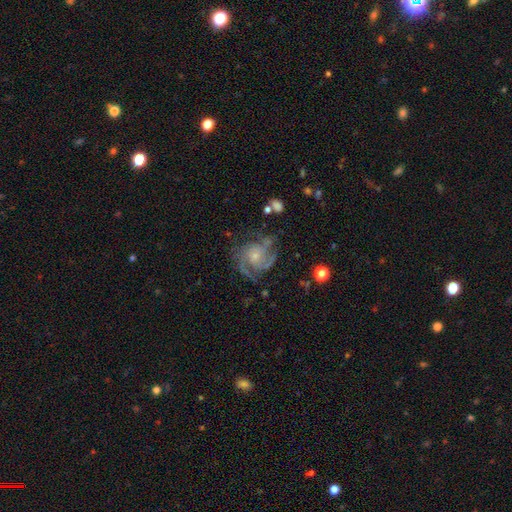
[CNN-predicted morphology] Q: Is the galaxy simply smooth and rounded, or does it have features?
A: featured or disk — 85%.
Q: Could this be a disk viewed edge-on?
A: no — 98%.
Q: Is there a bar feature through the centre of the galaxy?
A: no — 77%.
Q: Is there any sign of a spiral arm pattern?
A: yes — 95%.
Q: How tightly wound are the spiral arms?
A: tight — 46%.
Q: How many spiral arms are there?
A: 3 — 37%.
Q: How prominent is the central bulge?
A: small — 72%.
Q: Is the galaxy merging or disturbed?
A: none — 61%.